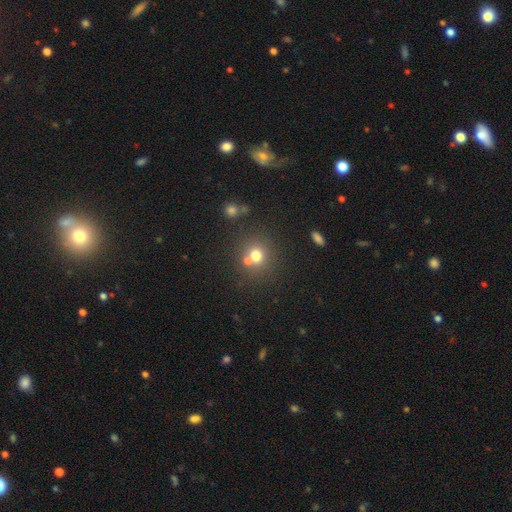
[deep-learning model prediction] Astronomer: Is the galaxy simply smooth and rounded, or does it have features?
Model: smooth — 71%.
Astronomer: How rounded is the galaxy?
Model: round — 87%.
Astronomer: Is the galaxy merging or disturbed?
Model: none — 62%.